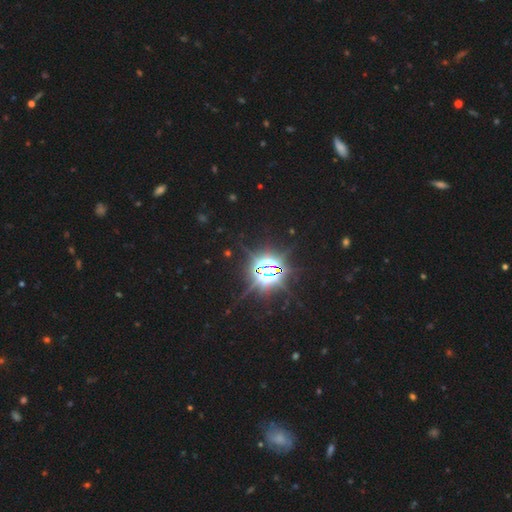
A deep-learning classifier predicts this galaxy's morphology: type=star or artifact (85%).